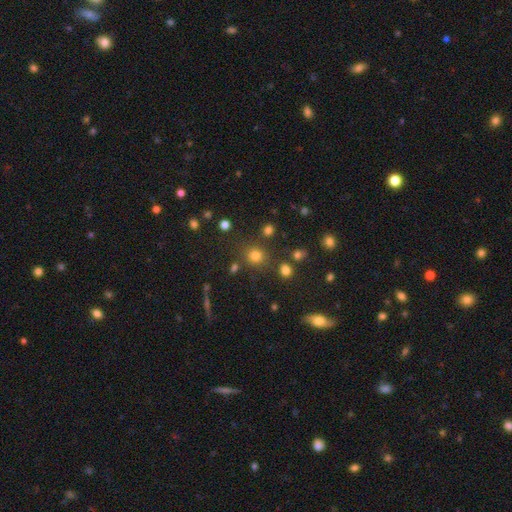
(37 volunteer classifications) Volunteers were most divided on "merging": none: 80%, minor disturbance: 11%, merger: 6%, major disturbance: 3%. More confident: how rounded — round (94%); smooth or featured — smooth (86%).